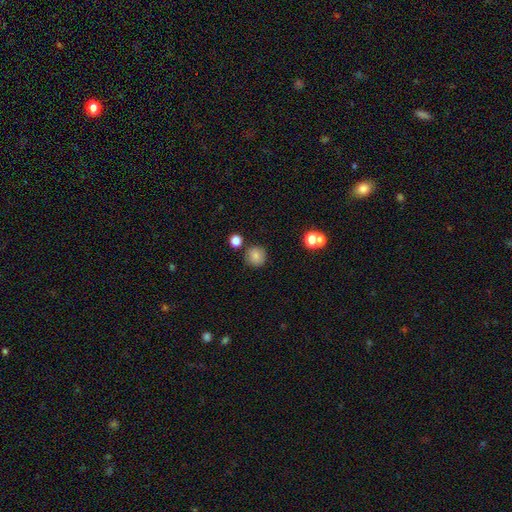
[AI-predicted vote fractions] Smooth or featured: smooth — 83% (star or artifact — 11%)
How rounded: round — 92% (in between — 7%)
Merging: none — 82% (minor disturbance — 9%)